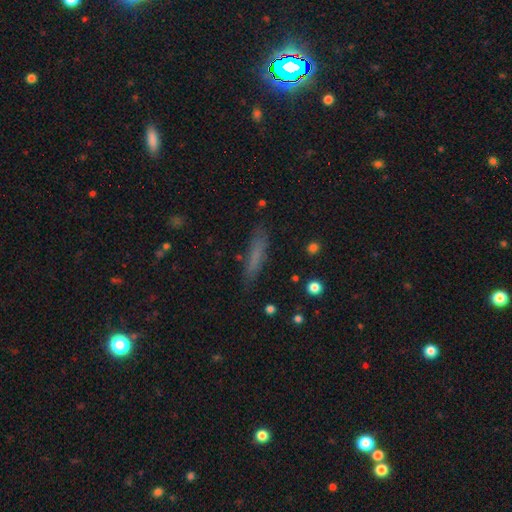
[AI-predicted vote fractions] smooth-or-featured: smooth: 67% | featured or disk: 21% | star or artifact: 11%
  how-rounded: cigar-shaped: 85% | in between: 12% | round: 2%
  merging: none: 79% | minor disturbance: 15% | major disturbance: 4% | merger: 2%